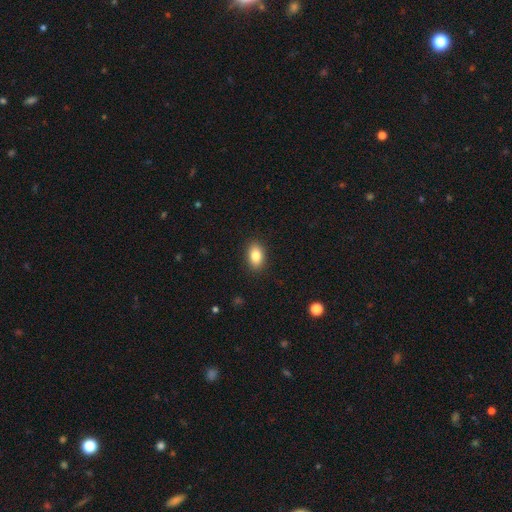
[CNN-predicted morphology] Smooth or featured? Predicted: smooth (p=0.84). How rounded? Predicted: in between (p=0.88). Merging? Predicted: none (p=0.89).